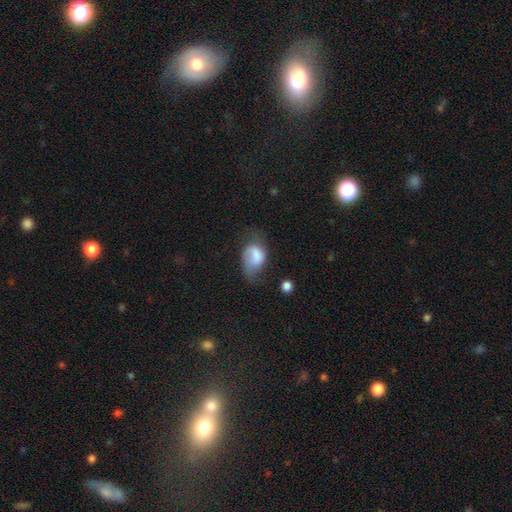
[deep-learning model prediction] Q: Smooth or featured?
A: smooth (71%); runner-up: featured or disk (20%)
Q: How rounded?
A: in between (83%); runner-up: round (15%)
Q: Merging?
A: minor disturbance (34%); runner-up: major disturbance (32%)